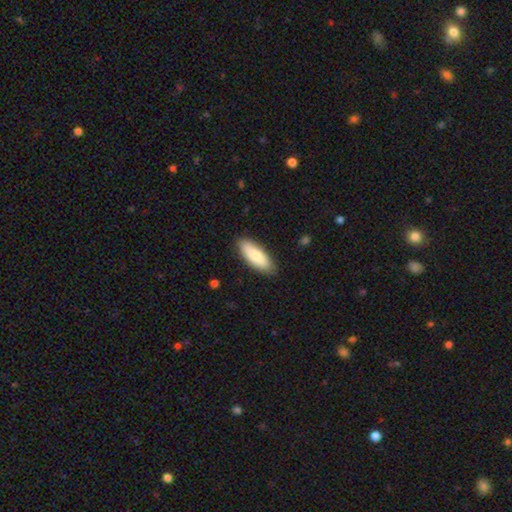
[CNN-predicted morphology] smooth-or-featured: smooth: 79% | featured or disk: 15% | star or artifact: 5%
  how-rounded: in between: 72% | cigar-shaped: 26% | round: 2%
  merging: none: 86% | minor disturbance: 11% | major disturbance: 2% | merger: 1%